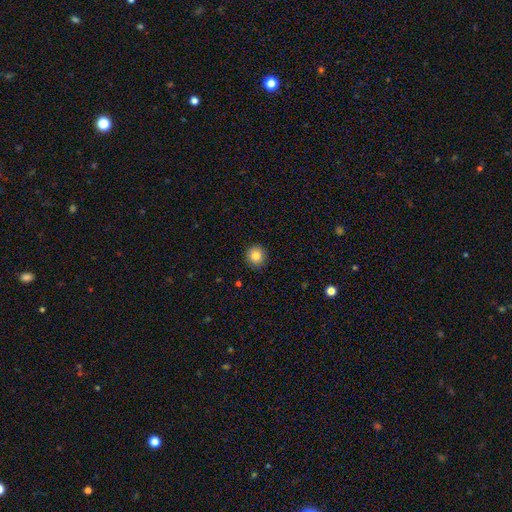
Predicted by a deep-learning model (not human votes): This appears to be a smooth galaxy with no disk features (85%) that is round (93%). Merging: none (91%).